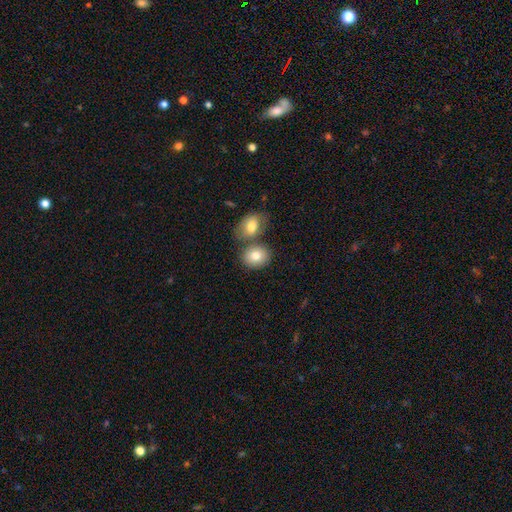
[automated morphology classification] smooth_or_featured: smooth (p=0.79) [alt: featured or disk p=0.12]
how_rounded: round (p=0.50) [alt: in between p=0.49]
merging: none (p=0.54) [alt: merger p=0.32]